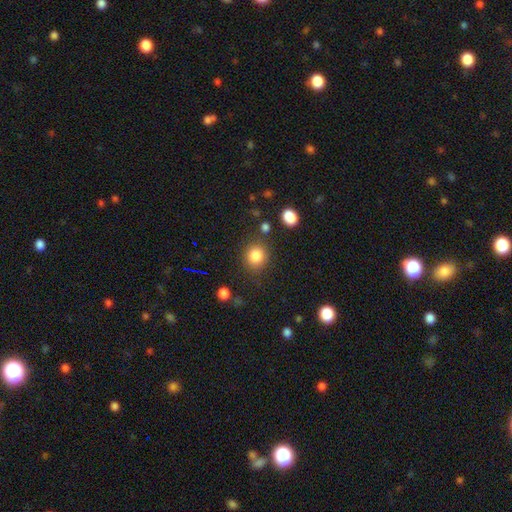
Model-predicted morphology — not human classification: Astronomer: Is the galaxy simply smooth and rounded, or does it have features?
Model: smooth — 84%.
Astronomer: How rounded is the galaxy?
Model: round — 83%.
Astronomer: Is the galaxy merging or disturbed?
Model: none — 83%.